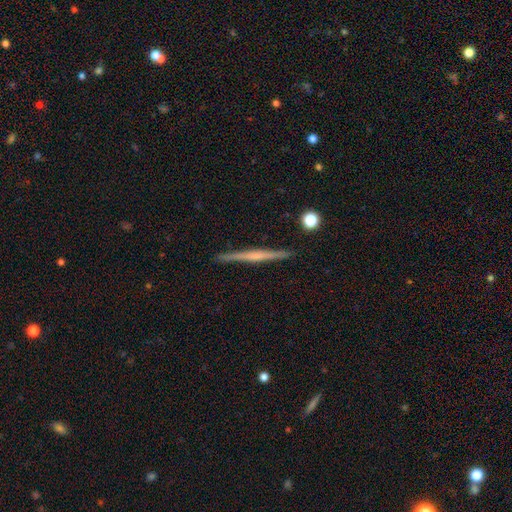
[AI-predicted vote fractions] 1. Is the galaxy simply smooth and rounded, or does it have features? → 67% featured or disk, 27% smooth, 6% star or artifact.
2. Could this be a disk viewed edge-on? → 98% yes, 2% no.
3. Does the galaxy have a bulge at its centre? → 50% none, 35% rounded, 15% boxy.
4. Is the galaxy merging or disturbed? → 92% none, 6% minor disturbance, 1% major disturbance, 1% merger.